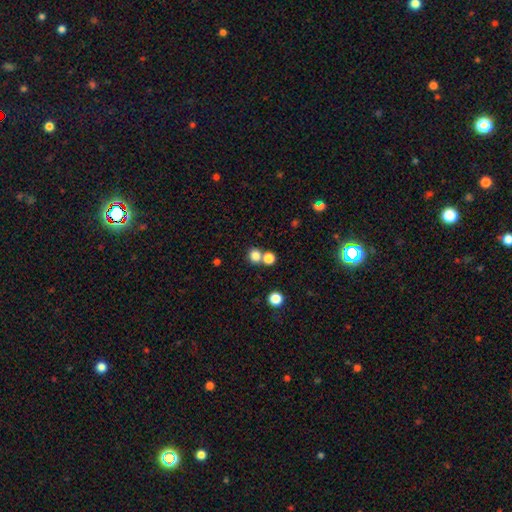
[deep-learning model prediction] smooth_or_featured: smooth (p=0.81) [alt: star or artifact p=0.13]
how_rounded: round (p=0.81) [alt: in between p=0.18]
merging: none (p=0.55) [alt: merger p=0.35]